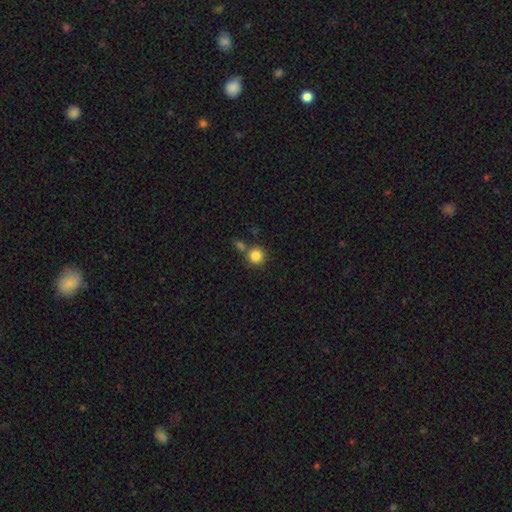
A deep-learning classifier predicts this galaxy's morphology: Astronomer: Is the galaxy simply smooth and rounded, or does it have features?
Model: smooth — 85%.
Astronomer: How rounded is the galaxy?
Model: round — 92%.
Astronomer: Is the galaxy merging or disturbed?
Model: none — 67%.